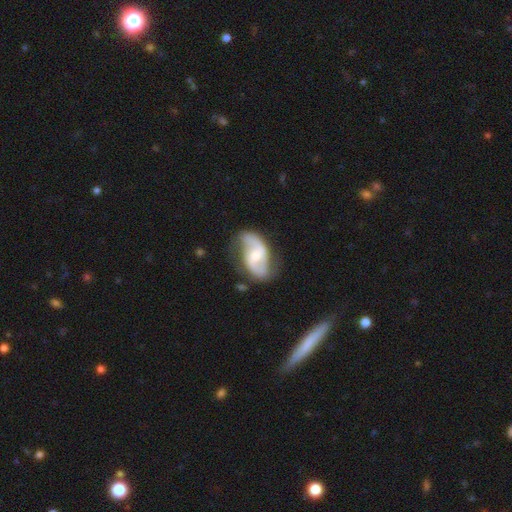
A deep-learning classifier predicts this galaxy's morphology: Overall: featured or disk (81%). Edge-on disk: no (97%). Bar: weak (47%; no 33%). Spiral arms: yes (93%). Spiral arm count: 2 (90%). Spiral winding: loose (54%; medium 35%). Bulge size: small (47%; moderate 45%). Merging: none (70%).